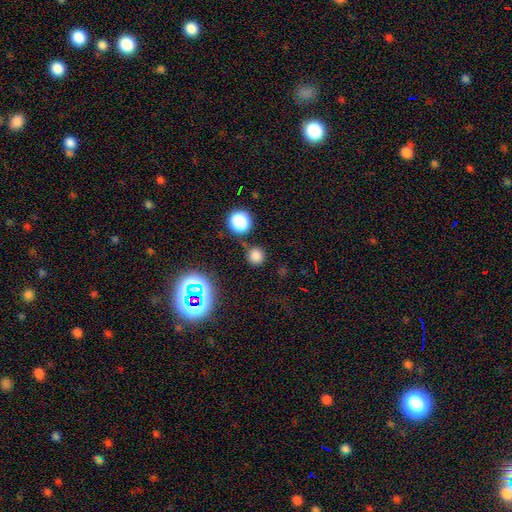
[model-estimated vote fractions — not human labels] smooth_or_featured: smooth (p=0.72) [alt: star or artifact p=0.23]
how_rounded: round (p=0.94) [alt: in between p=0.05]
merging: none (p=0.83) [alt: minor disturbance p=0.08]